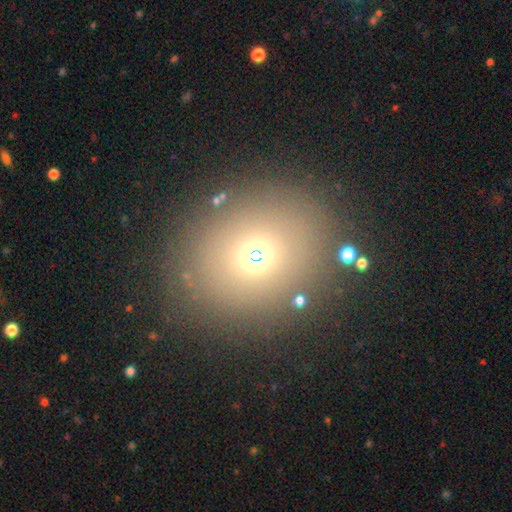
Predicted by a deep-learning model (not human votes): The model was most divided on "how rounded": round: 67%, in between: 31%, cigar-shaped: 1%. More confident: merging — none (80%); smooth or featured — smooth (65%).